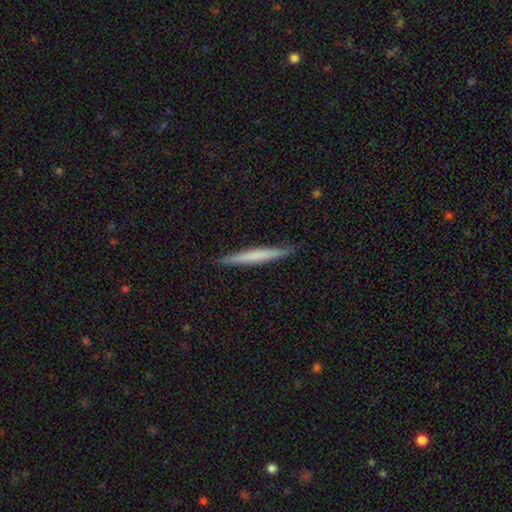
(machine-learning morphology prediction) Smooth or featured? smooth (58%)
How rounded? cigar-shaped (96%)
Merging? none (90%)